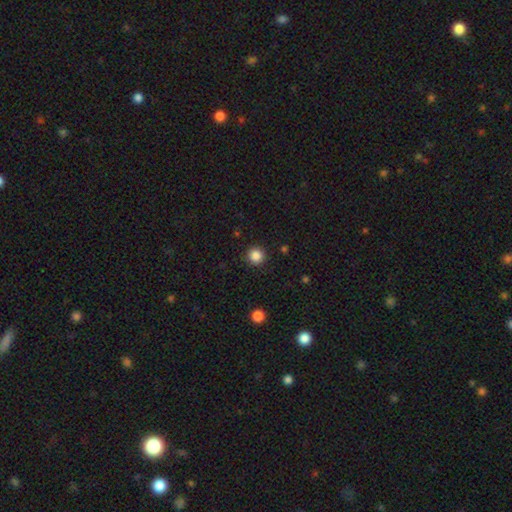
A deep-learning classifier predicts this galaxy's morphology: Smooth or featured: smooth — 85% (star or artifact — 11%)
How rounded: round — 95% (in between — 4%)
Merging: none — 92% (minor disturbance — 5%)